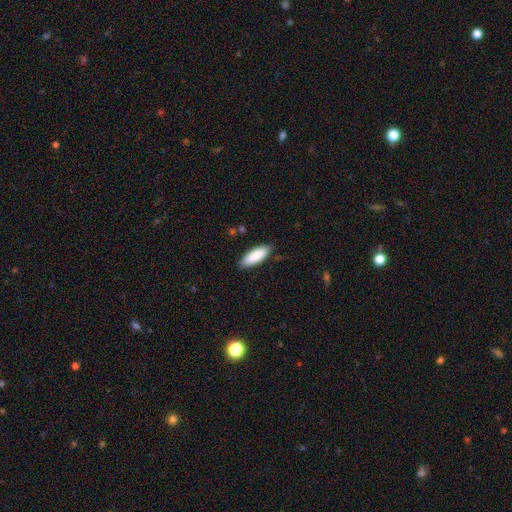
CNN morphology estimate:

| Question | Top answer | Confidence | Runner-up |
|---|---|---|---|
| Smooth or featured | smooth | 87% | featured or disk (7%) |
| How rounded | in between | 66% | cigar-shaped (33%) |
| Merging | none | 84% | minor disturbance (13%) |